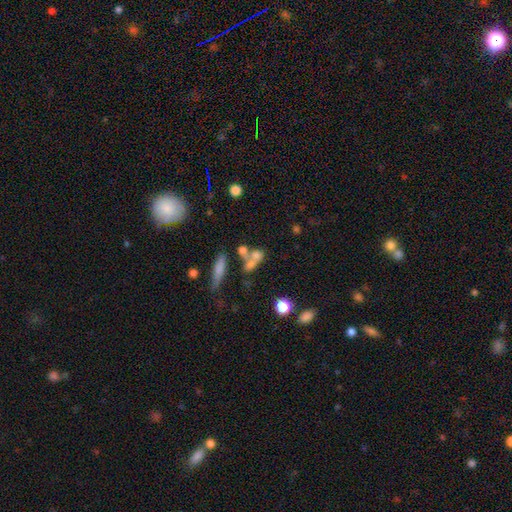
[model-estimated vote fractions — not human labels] Smooth or featured? smooth (62%)
How rounded? in between (46%)
Merging? merger (52%)